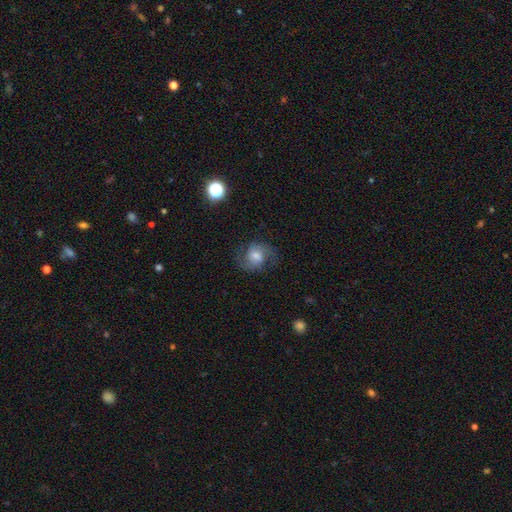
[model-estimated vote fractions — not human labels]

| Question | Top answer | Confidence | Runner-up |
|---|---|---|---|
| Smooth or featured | featured or disk | 62% | smooth (27%) |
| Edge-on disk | no | 97% | yes (3%) |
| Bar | no | 48% | weak (43%) |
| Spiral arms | yes | 91% | no (9%) |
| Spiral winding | medium | 52% | loose (30%) |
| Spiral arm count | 2 | 88% | can't tell (6%) |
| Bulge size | moderate | 52% | small (24%) |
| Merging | none | 73% | minor disturbance (16%) |